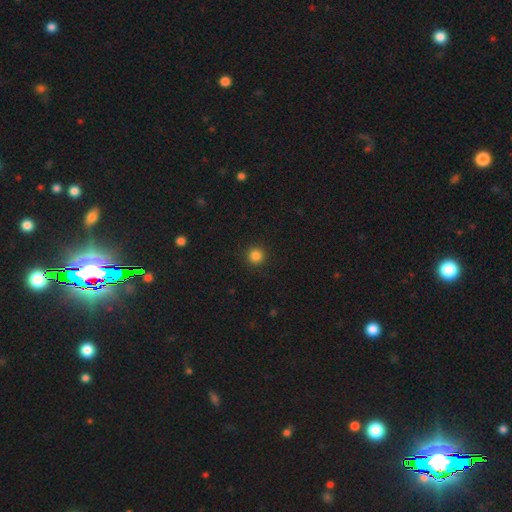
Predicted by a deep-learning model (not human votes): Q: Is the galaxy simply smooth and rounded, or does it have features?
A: smooth — 85%.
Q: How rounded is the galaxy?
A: round — 96%.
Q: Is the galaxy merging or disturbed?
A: none — 92%.